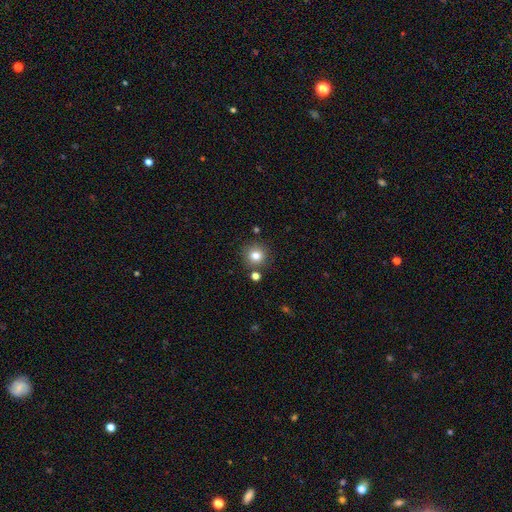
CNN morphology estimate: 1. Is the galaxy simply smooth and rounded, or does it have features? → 81% smooth, 12% star or artifact, 7% featured or disk.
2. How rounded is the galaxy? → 92% round, 7% in between, 1% cigar-shaped.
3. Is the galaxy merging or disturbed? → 83% none, 8% minor disturbance, 6% merger, 3% major disturbance.